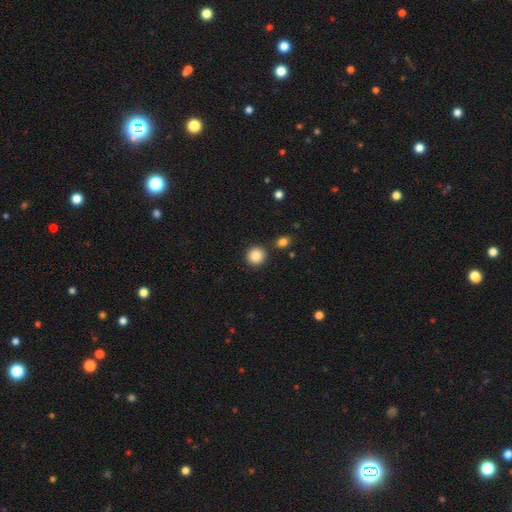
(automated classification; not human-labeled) smooth 86%, star or artifact 9%, featured or disk 5%. Down the decision tree: how rounded — round (92%); merging — none (86%).